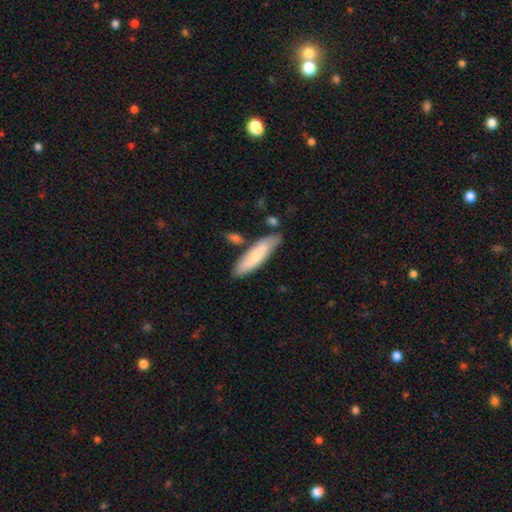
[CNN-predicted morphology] Smooth or featured? Predicted: smooth (p=0.73). How rounded? Predicted: cigar-shaped (p=0.64). Merging? Predicted: none (p=0.74).